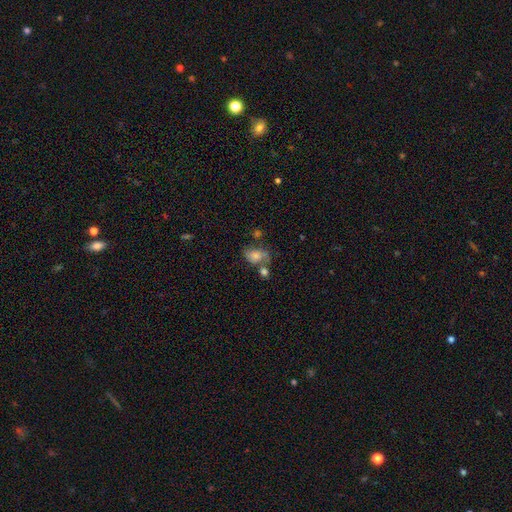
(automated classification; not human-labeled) Smooth or featured? smooth (45%)
Merging? none (47%)